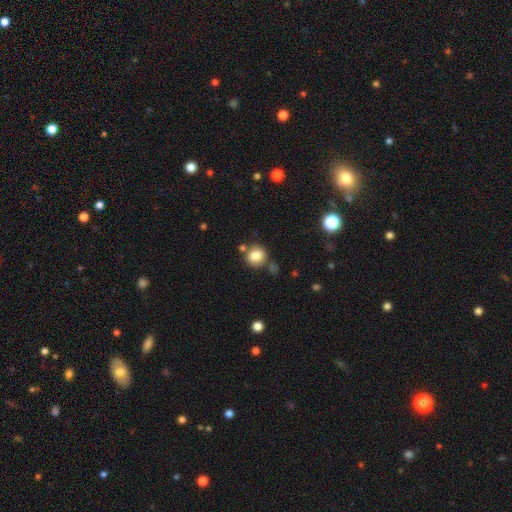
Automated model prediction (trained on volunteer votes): Smooth or featured? smooth (83%)
How rounded? round (81%)
Merging? none (70%)